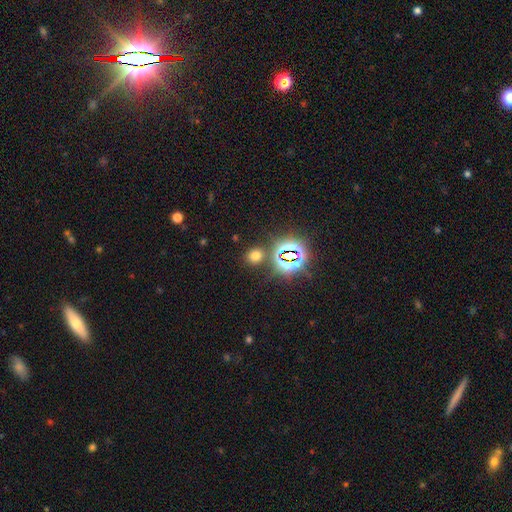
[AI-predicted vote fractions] A smooth galaxy with no disk features (60%) that is round (75%). Merging: none (83%).